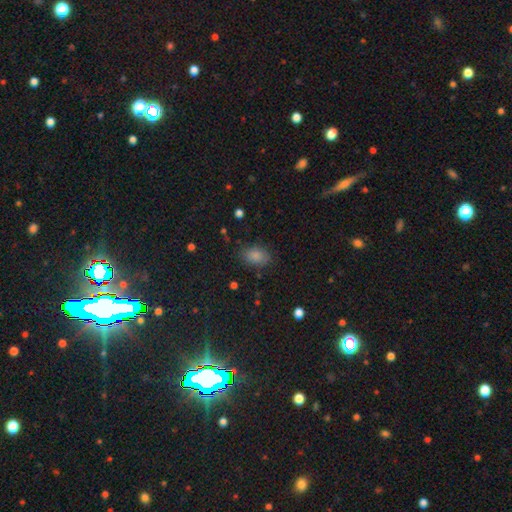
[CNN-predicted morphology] A smooth galaxy with no disk features (83%) that is in between round and cigar-shaped (84%).

Vote fractions:
- Smooth or featured? smooth: 83% / star or artifact: 11% / featured or disk: 6%
- How rounded? in between: 84% / round: 14% / cigar-shaped: 1%
- Merging? none: 79% / minor disturbance: 15% / major disturbance: 5% / merger: 1%